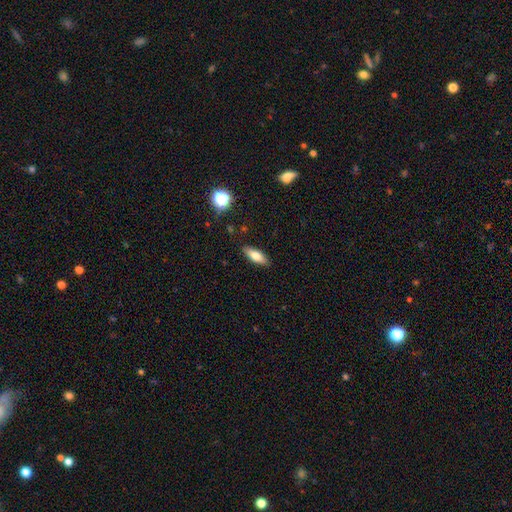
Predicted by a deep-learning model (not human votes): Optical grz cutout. It shows a smooth galaxy with no disk features (72%) that is in between round and cigar-shaped (65%). Merging: none (88%).